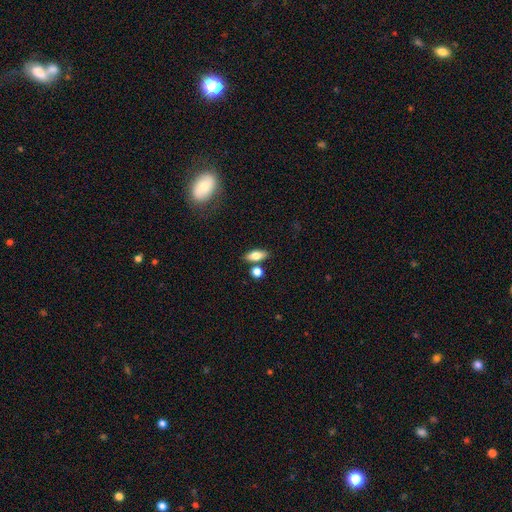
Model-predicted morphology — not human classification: Smooth or featured?
  - smooth: 73% *
  - featured or disk: 19%
  - star or artifact: 8%
How rounded?
  - in between: 78% *
  - cigar-shaped: 16%
  - round: 7%
Merging?
  - none: 74% *
  - merger: 11%
  - minor disturbance: 11%
  - major disturbance: 3%